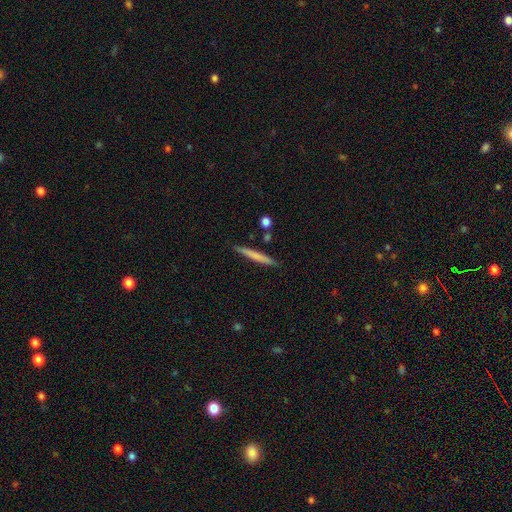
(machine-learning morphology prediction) The model was most divided on "smooth or featured": smooth: 67%, featured or disk: 27%, star or artifact: 6%. More confident: how rounded — cigar-shaped (96%); merging — none (87%).